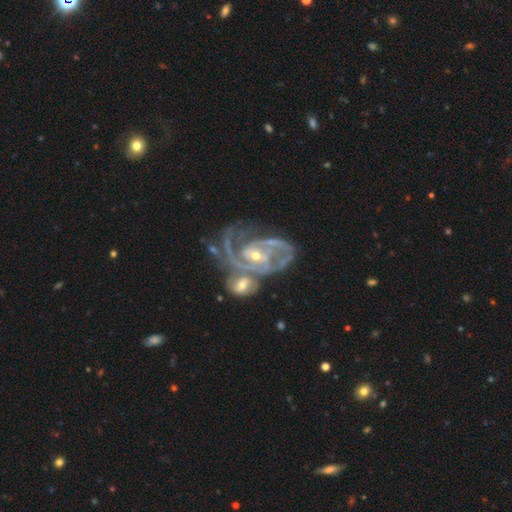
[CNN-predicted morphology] Smooth or featured? Predicted: featured or disk (p=0.91). Edge-on disk? Predicted: no (p=0.97). Bar? Predicted: no (p=0.44). Spiral arms? Predicted: yes (p=0.98). Spiral winding? Predicted: tight (p=0.55). Spiral arm count? Predicted: 2 (p=0.44). Bulge size? Predicted: small (p=0.61). Merging? Predicted: merger (p=0.36).